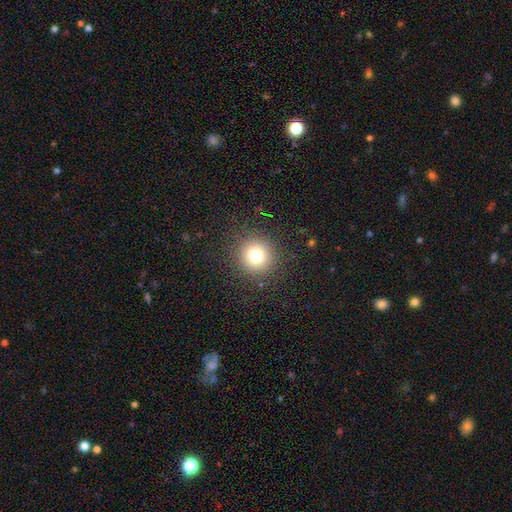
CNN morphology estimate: smooth_or_featured: smooth (p=0.76) [alt: star or artifact p=0.15]
how_rounded: round (p=0.95) [alt: in between p=0.04]
merging: none (p=0.89) [alt: minor disturbance p=0.06]